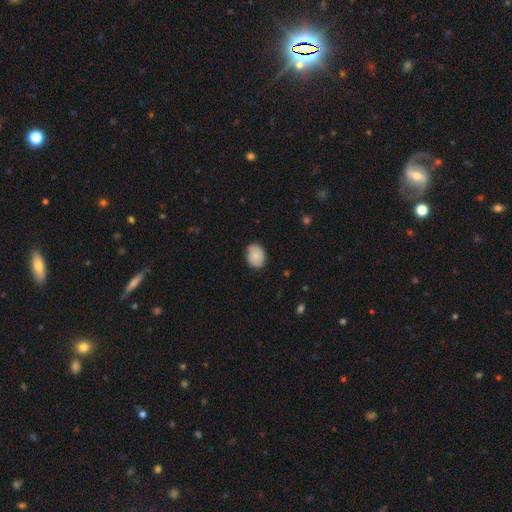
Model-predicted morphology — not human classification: Smooth or featured? Predicted: smooth (p=0.84). How rounded? Predicted: in between (p=0.63). Merging? Predicted: none (p=0.83).